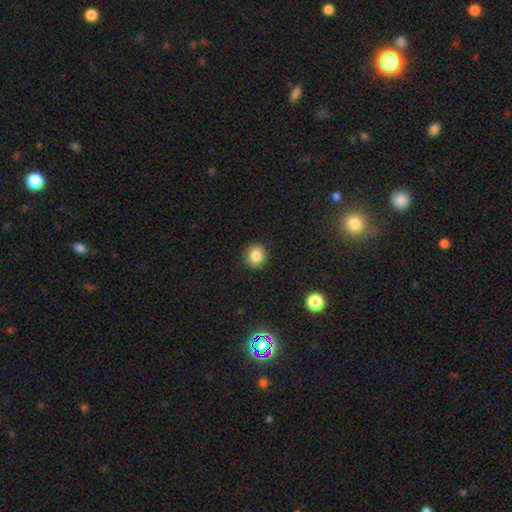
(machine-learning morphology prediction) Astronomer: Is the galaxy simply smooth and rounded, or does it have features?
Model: smooth — 83%.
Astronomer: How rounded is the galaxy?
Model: round — 87%.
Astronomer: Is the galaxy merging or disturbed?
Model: none — 89%.